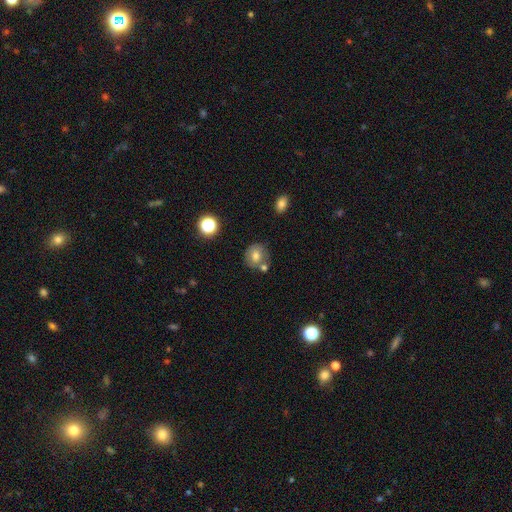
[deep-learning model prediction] Q: Smooth or featured?
A: smooth (73%); runner-up: featured or disk (16%)
Q: How rounded?
A: round (82%); runner-up: in between (17%)
Q: Merging?
A: none (65%); runner-up: merger (17%)